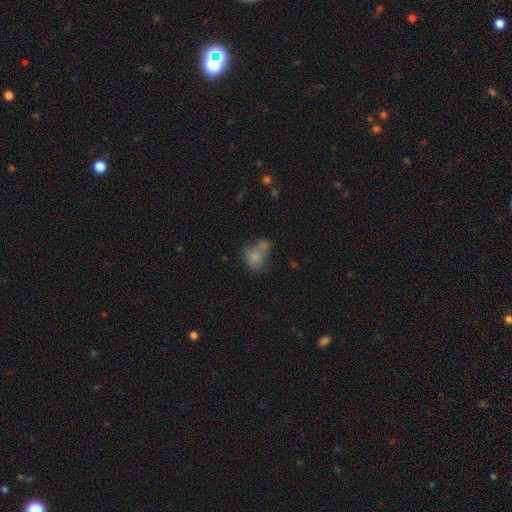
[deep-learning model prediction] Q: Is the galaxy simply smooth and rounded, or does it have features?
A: smooth — 74%.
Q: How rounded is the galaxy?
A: in between — 54%.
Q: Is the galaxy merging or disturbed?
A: merger — 43%.